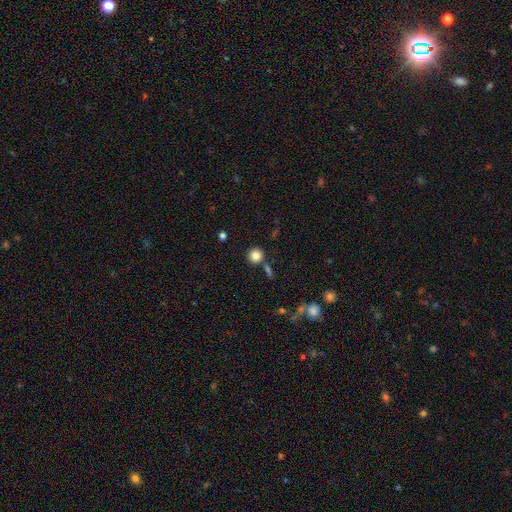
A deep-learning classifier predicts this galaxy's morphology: smooth_or_featured: smooth (p=0.83) [alt: star or artifact p=0.11]
how_rounded: round (p=0.92) [alt: in between p=0.07]
merging: none (p=0.80) [alt: merger p=0.08]